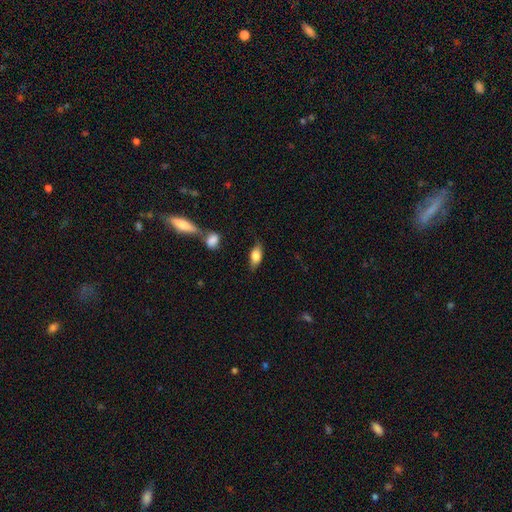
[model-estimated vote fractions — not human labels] smooth-or-featured: smooth: 73% | featured or disk: 20% | star or artifact: 7%
  how-rounded: in between: 83% | cigar-shaped: 11% | round: 5%
  merging: none: 74% | minor disturbance: 17% | major disturbance: 4% | merger: 4%